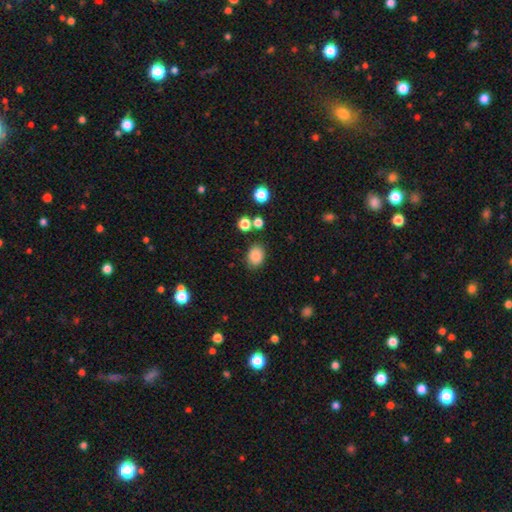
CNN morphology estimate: This appears to be a smooth galaxy with no disk features (85%) that is in between round and cigar-shaped (59%). Merging: none (82%).